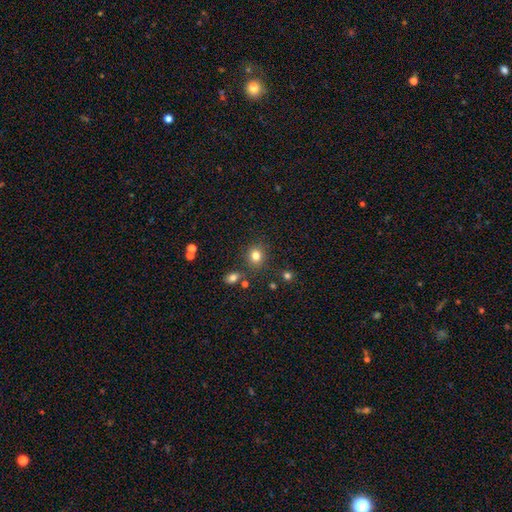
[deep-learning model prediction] The model was most divided on "how rounded": round: 75%, in between: 24%, cigar-shaped: 1%. More confident: merging — none (83%); smooth or featured — smooth (80%).